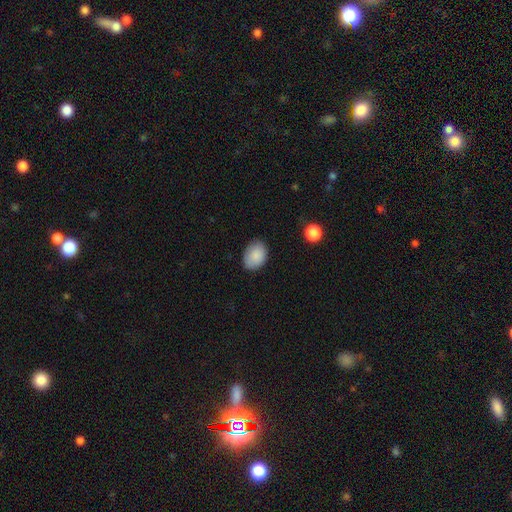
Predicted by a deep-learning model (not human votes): Overall: smooth (88%). How rounded: in between (77%). Merging: none (81%).